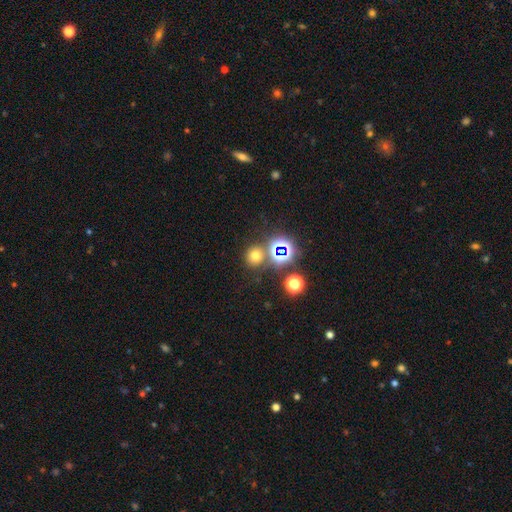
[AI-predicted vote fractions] A smooth galaxy with no disk features (62%) that is round (87%). Merging: none (77%).